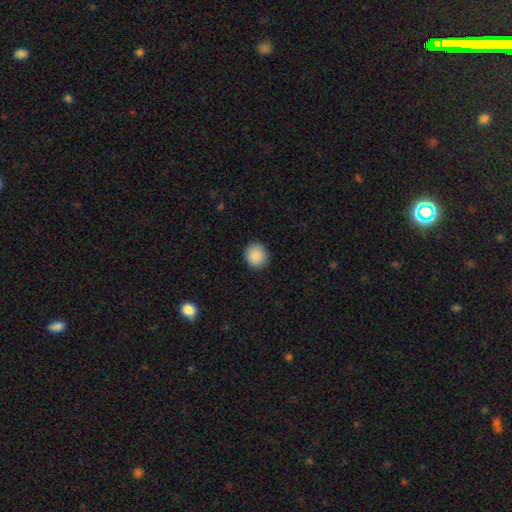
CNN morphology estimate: smooth-or-featured: smooth: 90% | star or artifact: 8% | featured or disk: 3%
  how-rounded: round: 88% | in between: 11% | cigar-shaped: 1%
  merging: none: 91% | minor disturbance: 7% | major disturbance: 2% | merger: 1%